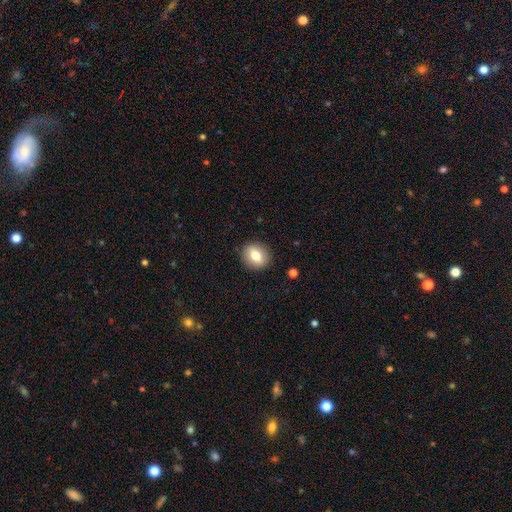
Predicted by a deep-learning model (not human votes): smooth_or_featured: smooth (p=0.74) [alt: featured or disk p=0.18]
how_rounded: round (p=0.72) [alt: in between p=0.27]
merging: none (p=0.89) [alt: minor disturbance p=0.08]